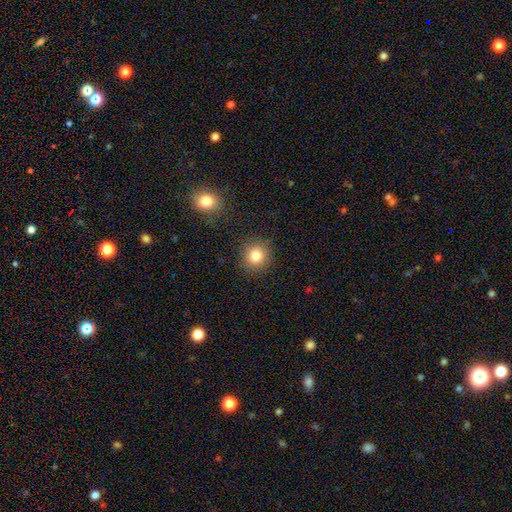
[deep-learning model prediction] Smooth or featured? smooth (81%)
How rounded? round (91%)
Merging? none (89%)